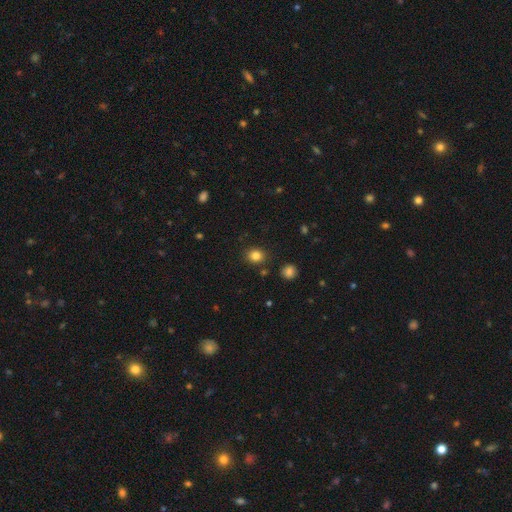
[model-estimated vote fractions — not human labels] This is clearly a smooth galaxy (83%). How rounded: likely round (69%). Merging: clearly none (85%).